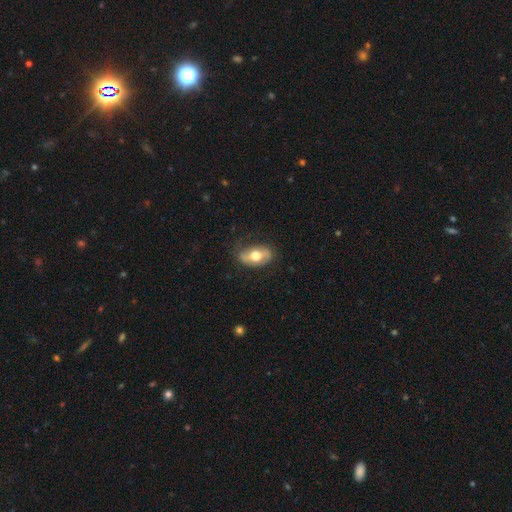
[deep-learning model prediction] A smooth galaxy with no disk features (55%) that is in between round and cigar-shaped (89%). Merging: none (74%).